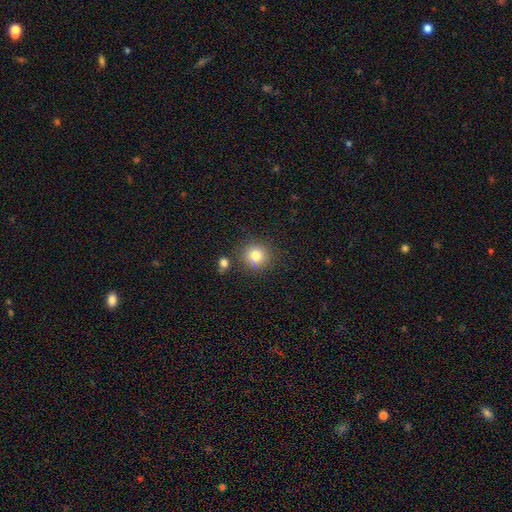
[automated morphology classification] smooth 79%, star or artifact 12%, featured or disk 8%. Down the decision tree: how rounded — round (91%); merging — none (82%).